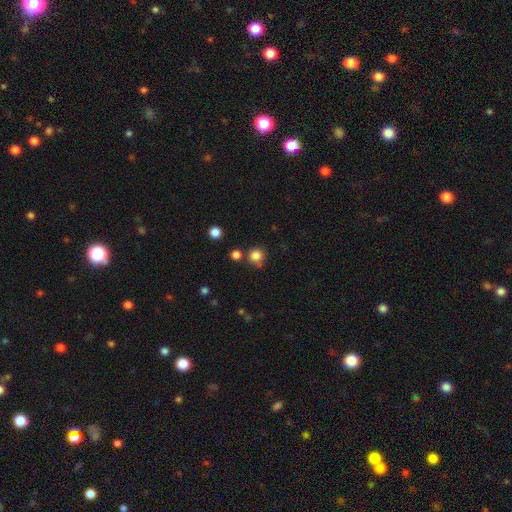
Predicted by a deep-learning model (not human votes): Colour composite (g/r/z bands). It shows a smooth galaxy with no disk features (83%) that is round (92%). Merging: none (76%).